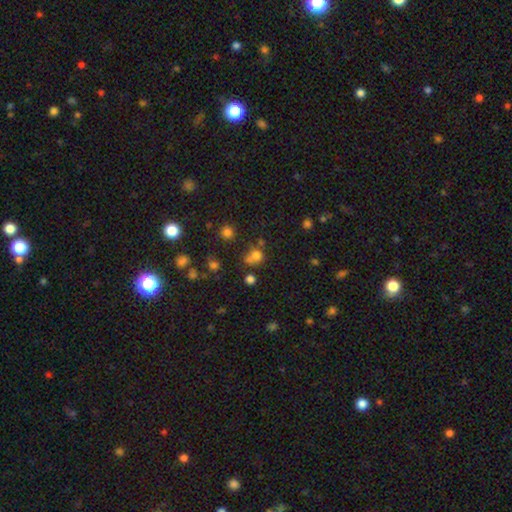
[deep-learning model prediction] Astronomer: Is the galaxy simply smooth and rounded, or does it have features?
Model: smooth — 70%.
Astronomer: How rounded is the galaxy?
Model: round — 75%.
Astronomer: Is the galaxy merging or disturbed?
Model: none — 48% (runner-up: merger, 28%).